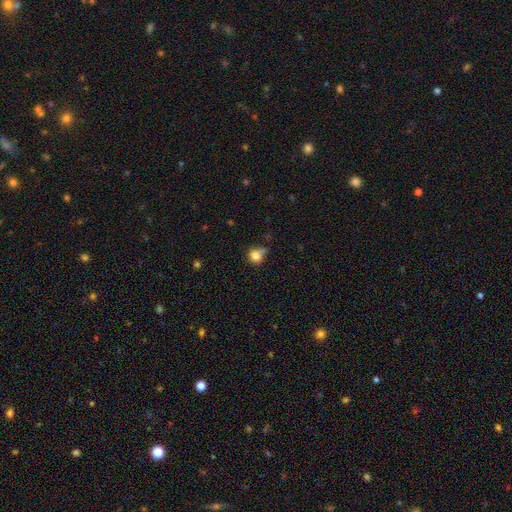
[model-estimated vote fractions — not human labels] Smooth or featured? Predicted: smooth (p=0.80). How rounded? Predicted: round (p=0.80). Merging? Predicted: none (p=0.50).